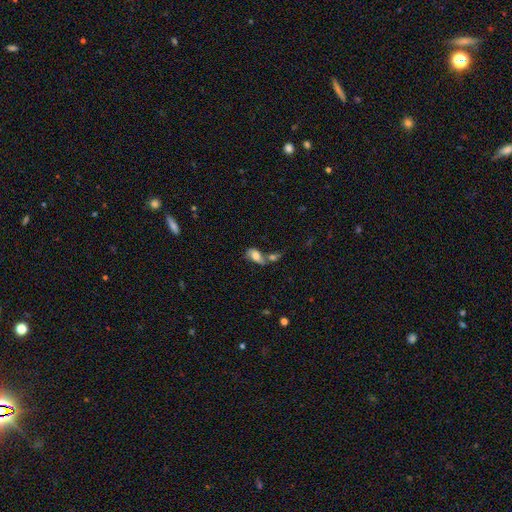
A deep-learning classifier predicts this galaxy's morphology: smooth_or_featured: smooth (p=0.59) [alt: featured or disk p=0.31]
how_rounded: in between (p=0.86) [alt: round p=0.09]
merging: merger (p=0.53) [alt: none p=0.23]